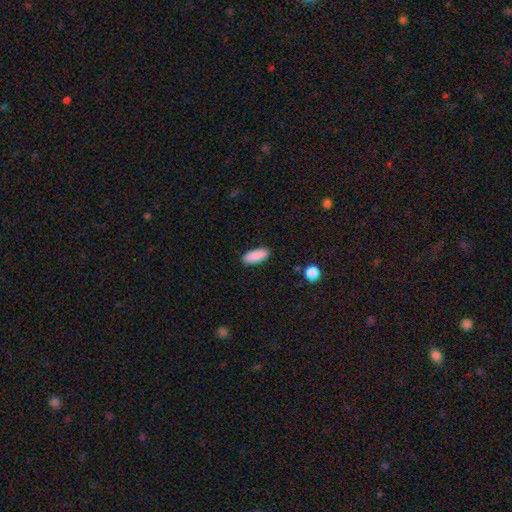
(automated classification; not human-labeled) Smooth or featured?
  - smooth: 90% *
  - star or artifact: 7%
  - featured or disk: 4%
How rounded?
  - in between: 77% *
  - cigar-shaped: 21%
  - round: 2%
Merging?
  - none: 89% *
  - minor disturbance: 8%
  - major disturbance: 2%
  - merger: 1%